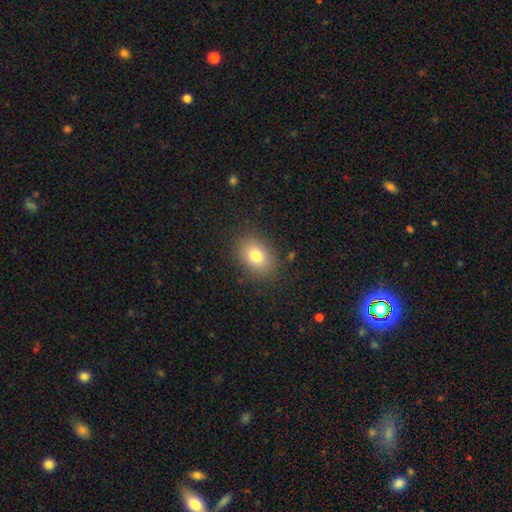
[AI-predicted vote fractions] This is likely a smooth galaxy (79%). How rounded: likely in between (74%). Merging: clearly none (85%).